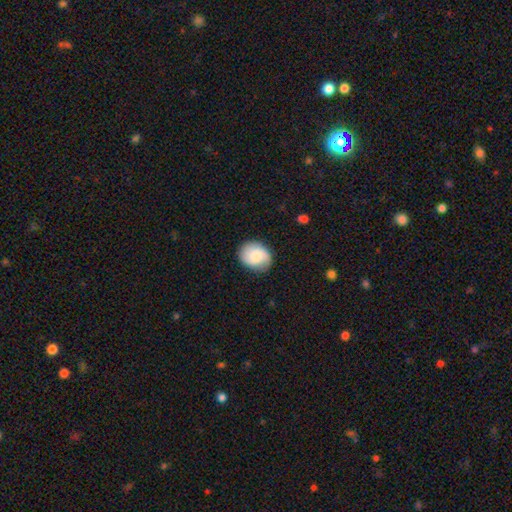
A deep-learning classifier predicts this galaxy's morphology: This appears to be a smooth galaxy with no disk features (64%) that is round (55%). Merging: none (78%).